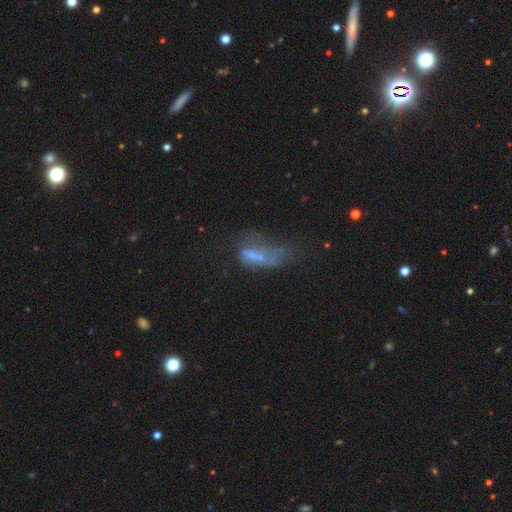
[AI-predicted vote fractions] Smooth or featured? Predicted: featured or disk (p=0.41). Merging? Predicted: major disturbance (p=0.43).